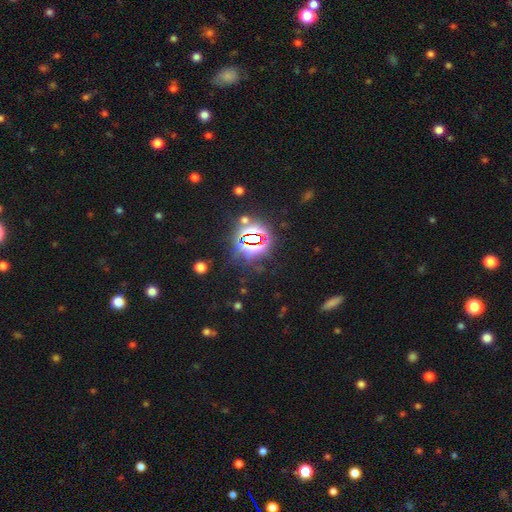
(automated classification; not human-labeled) smooth_or_featured: star or artifact (p=0.78) [alt: smooth p=0.15]